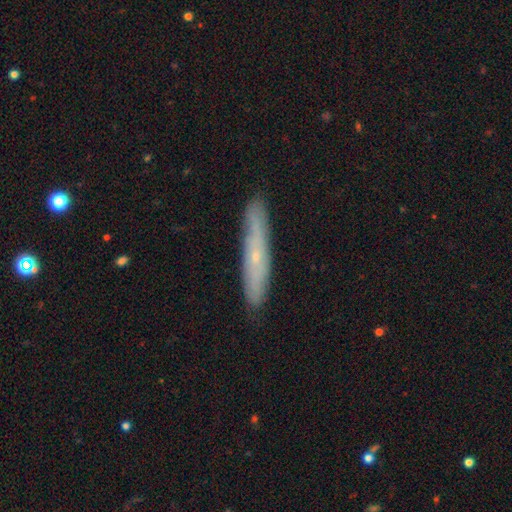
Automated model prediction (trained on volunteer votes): Smooth or featured: featured or disk — 53% (smooth — 40%)
Edge-on disk: yes — 71% (no — 29%)
Merging: none — 87% (minor disturbance — 10%)